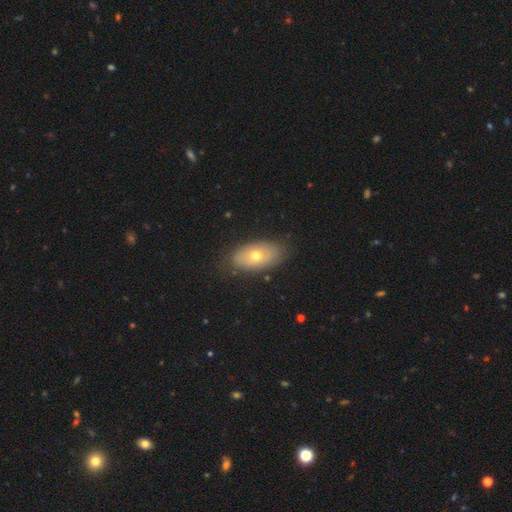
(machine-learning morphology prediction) type=smooth (58%); roundness=in between (91%); merging=none (83%).